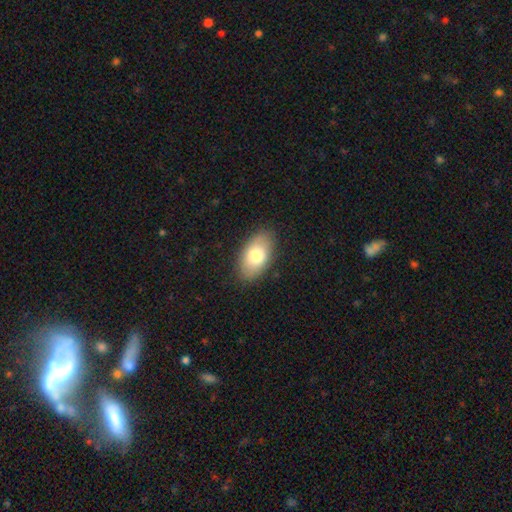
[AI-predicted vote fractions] Smooth or featured? Predicted: smooth (p=0.77). How rounded? Predicted: in between (p=0.93). Merging? Predicted: none (p=0.85).